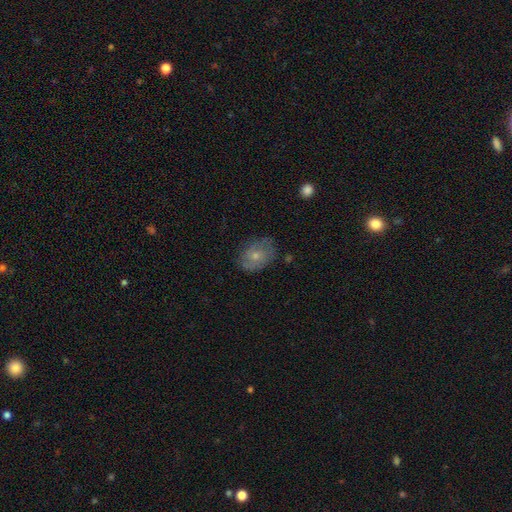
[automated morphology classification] This is possibly a smooth galaxy (53%). How rounded: likely in between (73%). Merging: likely none (68%).